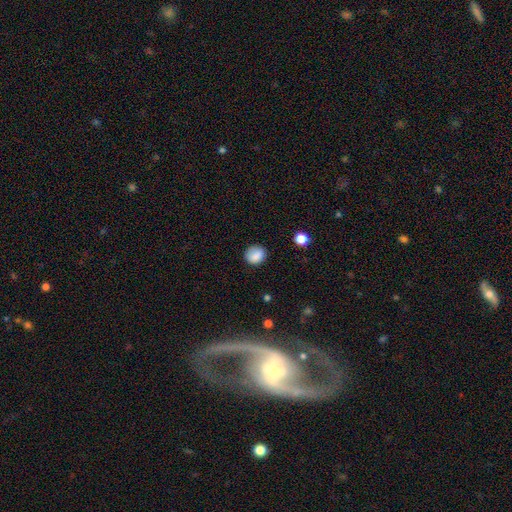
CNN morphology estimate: The model was most divided on "how rounded": round: 69%, in between: 30%, cigar-shaped: 1%. More confident: smooth or featured — smooth (85%); merging — none (80%).